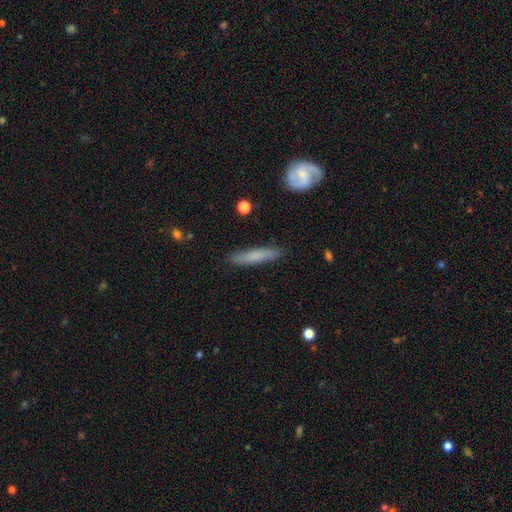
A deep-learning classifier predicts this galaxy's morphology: The model was most divided on "smooth or featured": smooth: 70%, featured or disk: 24%, star or artifact: 6%. More confident: how rounded — cigar-shaped (92%); merging — none (88%).